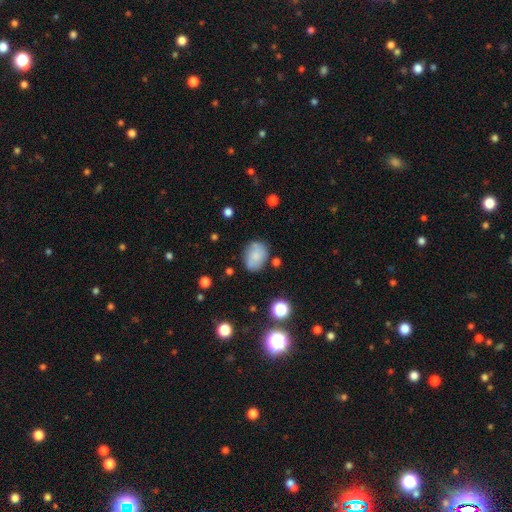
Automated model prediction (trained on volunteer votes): Morphology: type=smooth (72%); roundness=in between (72%); merging=none (71%).